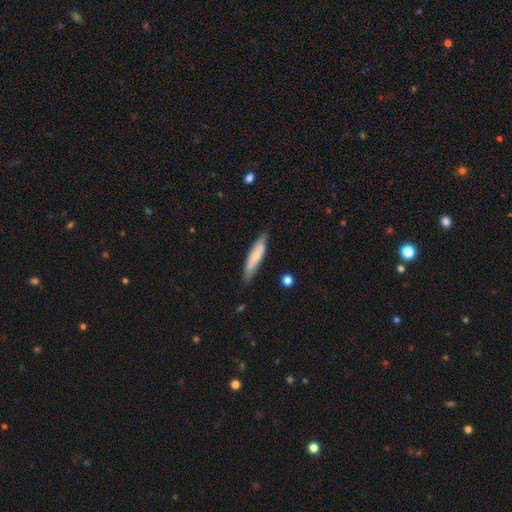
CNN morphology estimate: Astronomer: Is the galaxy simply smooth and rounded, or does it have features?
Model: smooth — 67%.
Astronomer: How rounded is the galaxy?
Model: cigar-shaped — 82%.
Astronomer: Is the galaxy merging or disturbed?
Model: none — 80%.